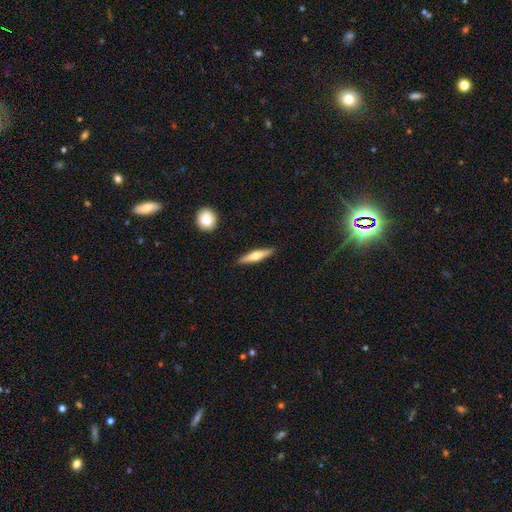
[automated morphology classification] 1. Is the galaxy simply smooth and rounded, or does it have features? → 48% featured or disk, 46% smooth, 6% star or artifact.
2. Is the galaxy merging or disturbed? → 89% none, 8% minor disturbance, 2% major disturbance, 2% merger.